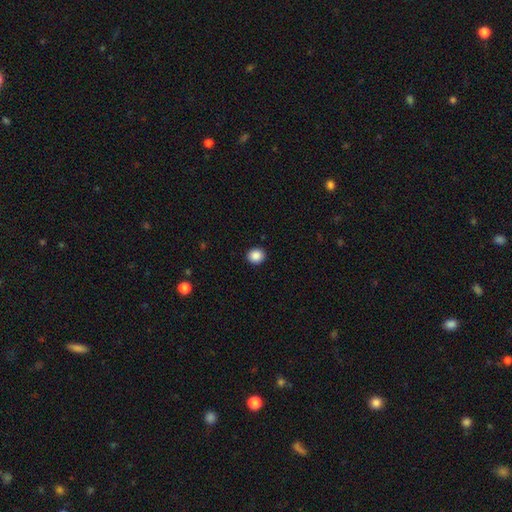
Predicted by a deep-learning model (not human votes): Smooth or featured? Predicted: smooth (p=0.88). How rounded? Predicted: round (p=0.85). Merging? Predicted: none (p=0.92).